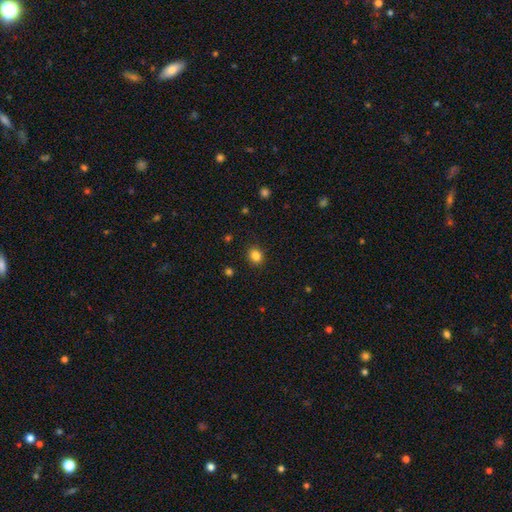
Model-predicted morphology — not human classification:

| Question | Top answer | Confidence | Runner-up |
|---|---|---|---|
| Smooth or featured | smooth | 84% | star or artifact (12%) |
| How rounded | round | 69% | in between (30%) |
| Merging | none | 90% | minor disturbance (7%) |